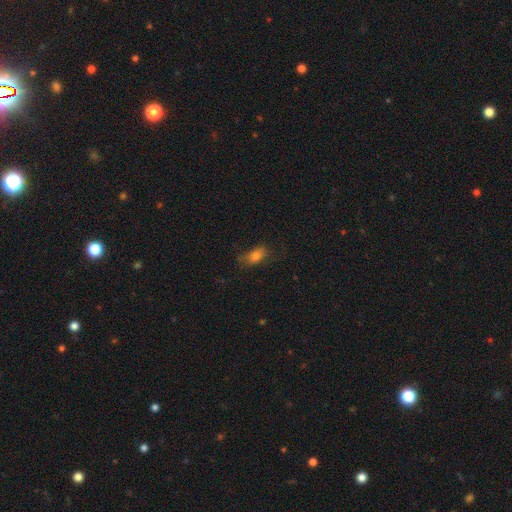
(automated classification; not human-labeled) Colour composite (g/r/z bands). It shows a smooth galaxy with no disk features (76%) that is in between round and cigar-shaped (85%). Merging: none (60%).